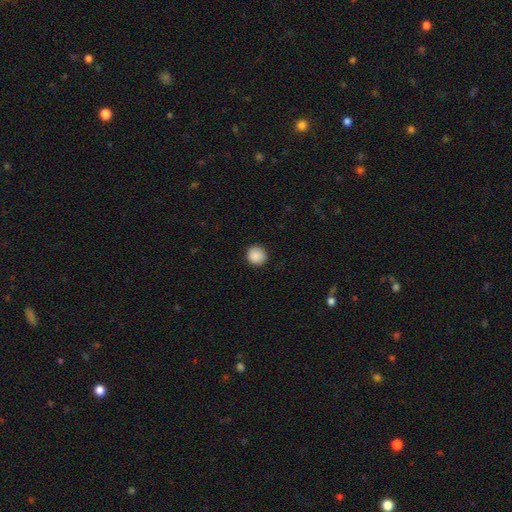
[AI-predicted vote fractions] Morphology: type=smooth (89%); roundness=round (92%); merging=none (91%).